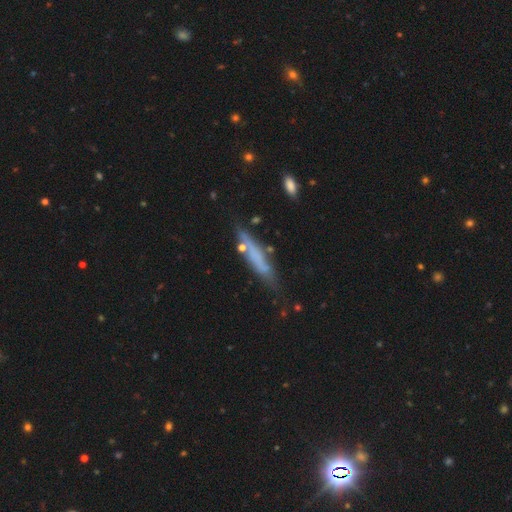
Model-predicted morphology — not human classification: Q: Smooth or featured?
A: smooth (51%); runner-up: featured or disk (40%)
Q: How rounded?
A: cigar-shaped (86%); runner-up: in between (12%)
Q: Merging?
A: none (62%); runner-up: minor disturbance (24%)